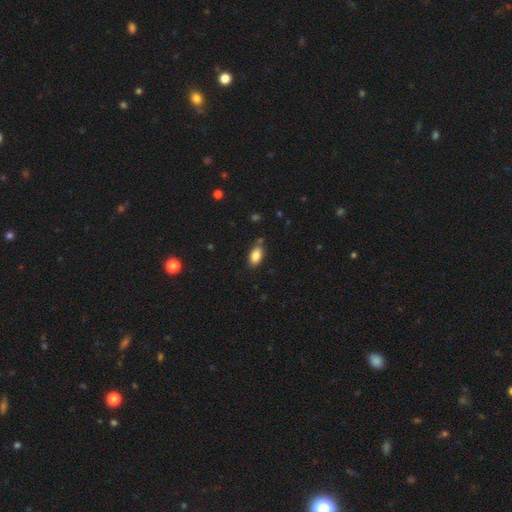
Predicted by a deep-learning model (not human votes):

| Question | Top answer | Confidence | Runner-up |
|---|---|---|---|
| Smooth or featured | smooth | 85% | star or artifact (8%) |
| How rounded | in between | 91% | round (6%) |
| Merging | none | 78% | minor disturbance (15%) |